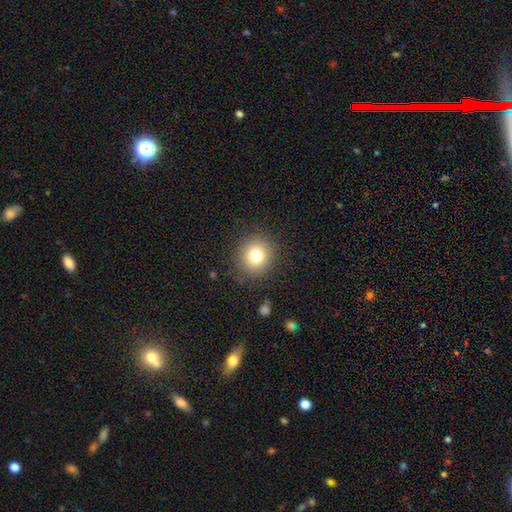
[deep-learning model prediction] Smooth or featured? Predicted: smooth (p=0.77). How rounded? Predicted: round (p=0.88). Merging? Predicted: none (p=0.86).